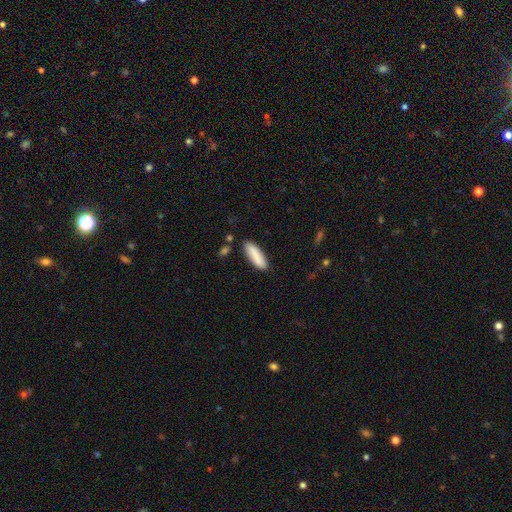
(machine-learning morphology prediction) This is clearly a smooth galaxy (87%). How rounded: possibly cigar-shaped (56%). Merging: clearly none (86%).